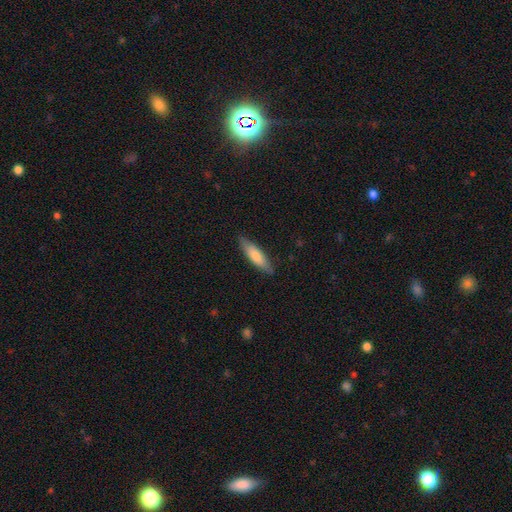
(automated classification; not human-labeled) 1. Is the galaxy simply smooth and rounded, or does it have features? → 76% smooth, 19% featured or disk, 5% star or artifact.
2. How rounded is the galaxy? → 65% cigar-shaped, 33% in between, 1% round.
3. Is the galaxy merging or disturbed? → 86% none, 11% minor disturbance, 2% major disturbance, 1% merger.